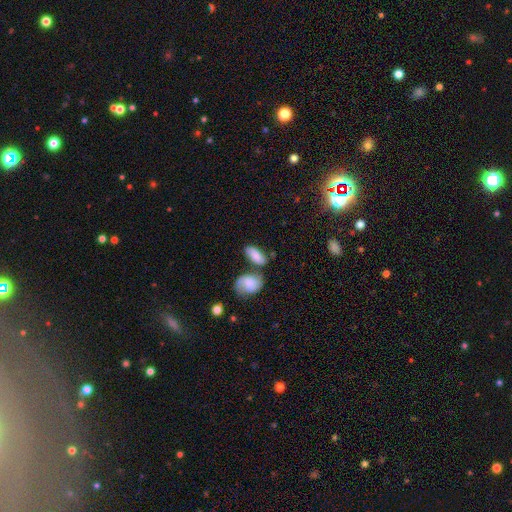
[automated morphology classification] Overall: smooth (79%). How rounded: in between (87%). Merging: none (53%; merger 23%).